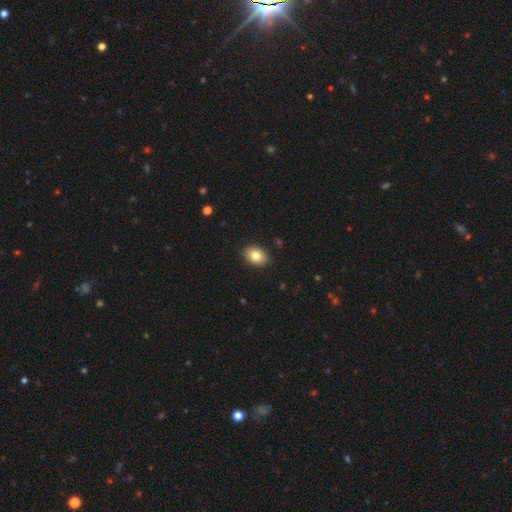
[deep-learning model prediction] This appears to be a smooth galaxy with no disk features (81%) that is in between round and cigar-shaped (78%). Merging: none (90%).